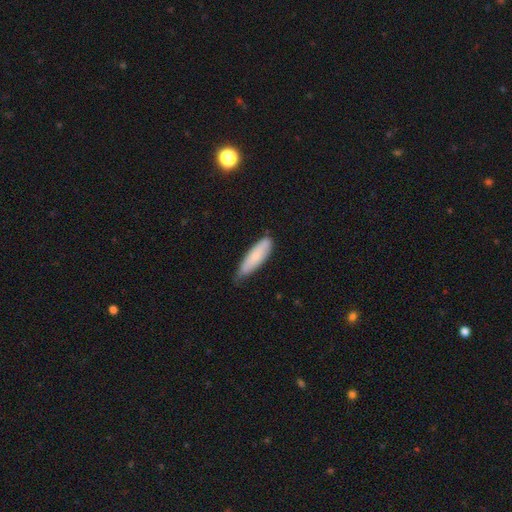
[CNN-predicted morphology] Q: Smooth or featured?
A: smooth (74%); runner-up: featured or disk (19%)
Q: How rounded?
A: cigar-shaped (60%); runner-up: in between (39%)
Q: Merging?
A: none (58%); runner-up: minor disturbance (35%)